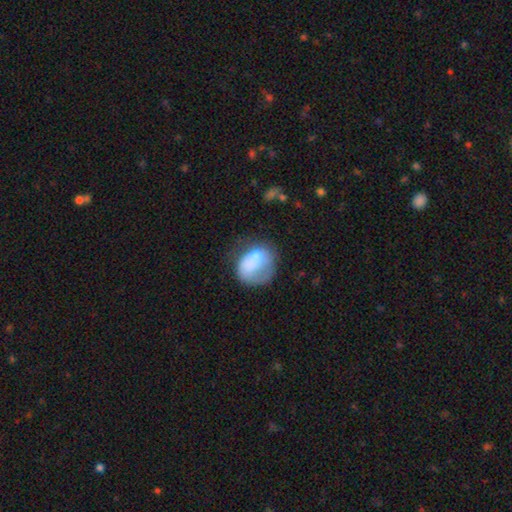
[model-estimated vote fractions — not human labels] Smooth or featured? smooth (63%)
How rounded? in between (51%)
Merging? none (32%)